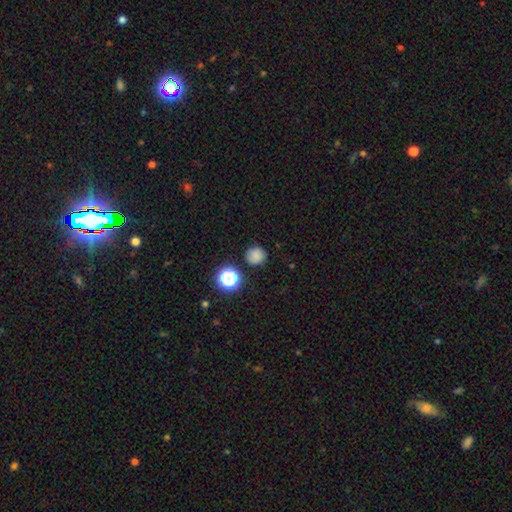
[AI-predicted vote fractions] This appears to be a smooth galaxy with no disk features (78%) that is round (90%). Merging: none (83%).